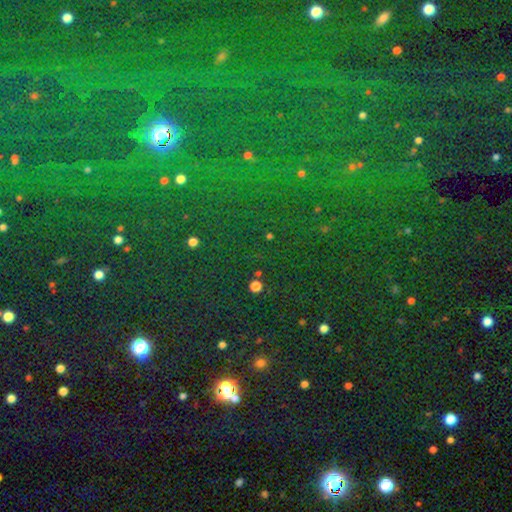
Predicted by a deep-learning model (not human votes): smooth-or-featured: star or artifact: 79% | smooth: 13% | featured or disk: 8%